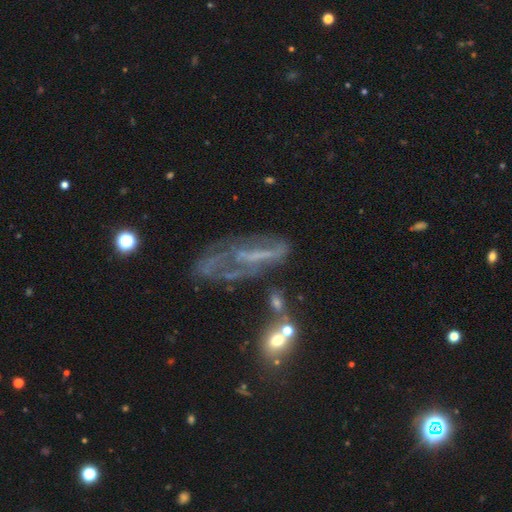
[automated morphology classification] smooth_or_featured: featured or disk (p=0.63) [alt: smooth p=0.20]
disk_edge_on: no (p=0.83) [alt: yes p=0.17]
bar: no (p=0.46) [alt: weak p=0.28]
has_spiral_arms: no (p=0.56) [alt: yes p=0.44]
bulge_size: none (p=0.58) [alt: small p=0.25]
merging: major disturbance (p=0.35) [alt: none p=0.34]